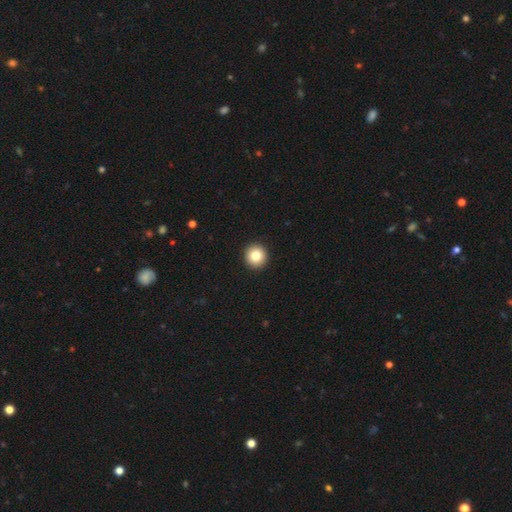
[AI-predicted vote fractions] smooth-or-featured: smooth: 83% | star or artifact: 10% | featured or disk: 8%
  how-rounded: round: 95% | in between: 4% | cigar-shaped: 1%
  merging: none: 94% | minor disturbance: 4% | major disturbance: 1% | merger: 1%